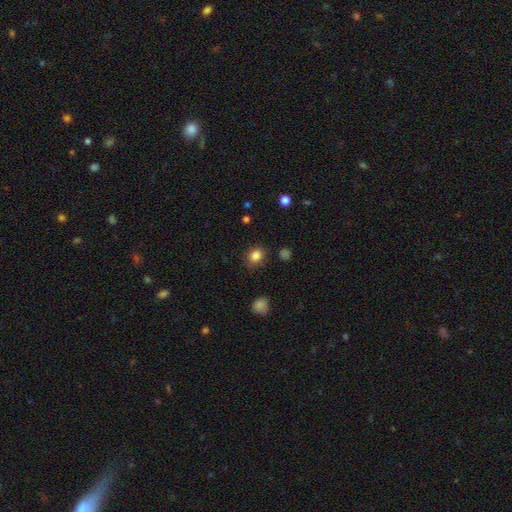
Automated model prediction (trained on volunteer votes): Smooth or featured? smooth (84%)
How rounded? round (66%)
Merging? none (80%)